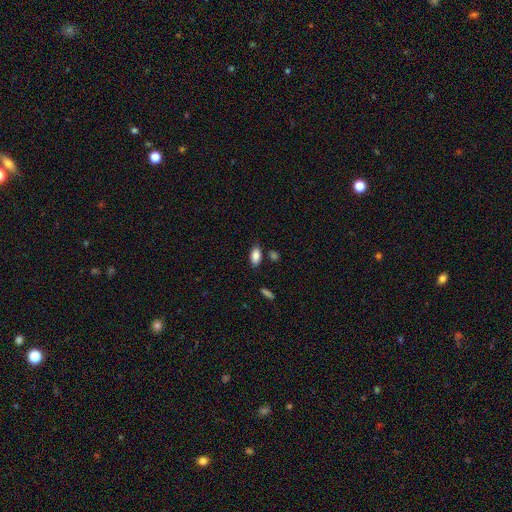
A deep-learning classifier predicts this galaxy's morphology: smooth-or-featured: smooth: 87% | star or artifact: 8% | featured or disk: 6%
  how-rounded: in between: 91% | cigar-shaped: 5% | round: 4%
  merging: none: 80% | minor disturbance: 12% | merger: 5% | major disturbance: 3%